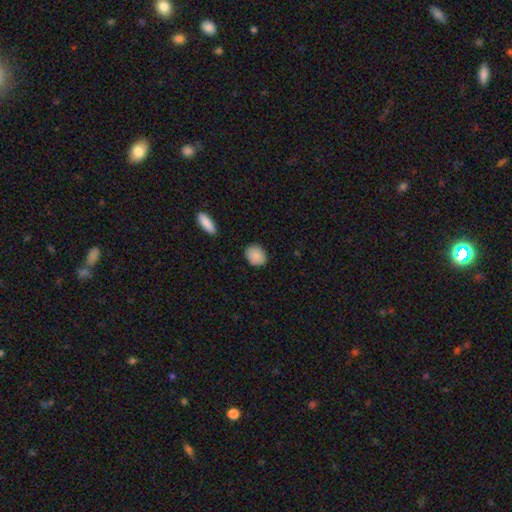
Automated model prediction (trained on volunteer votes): This is clearly a smooth galaxy (88%). How rounded: possibly round (52%). Merging: clearly none (85%).